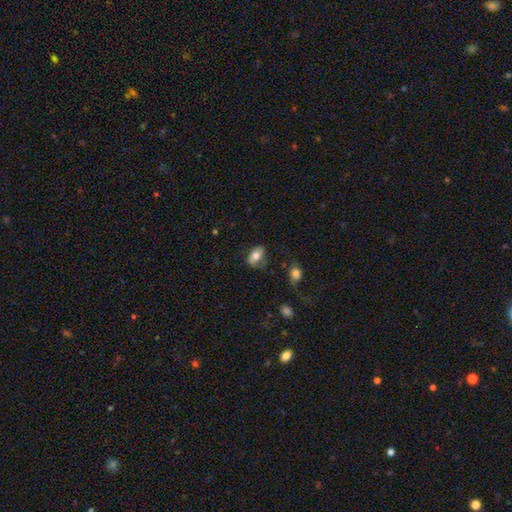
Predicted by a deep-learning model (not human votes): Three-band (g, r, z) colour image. It shows a smooth galaxy with no disk features (72%) that is in between round and cigar-shaped (86%). Merging: none (60%).